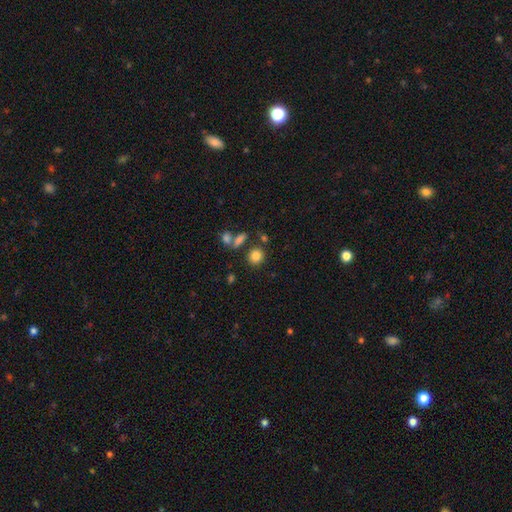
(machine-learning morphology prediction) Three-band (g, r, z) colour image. It shows a smooth galaxy with no disk features (83%) that is round (76%). Merging: none (76%).